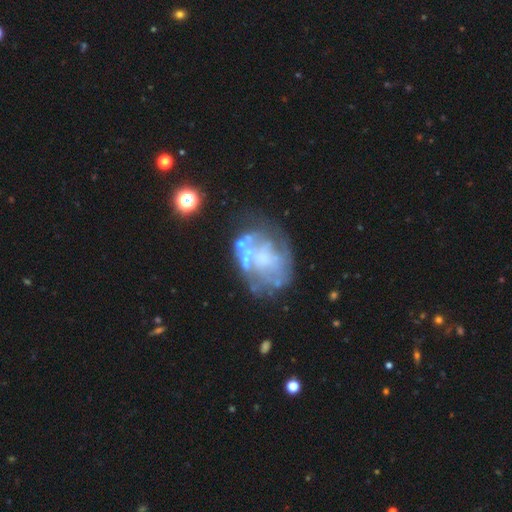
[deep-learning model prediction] Smooth or featured: featured or disk — 71% (smooth — 17%)
Edge-on disk: no — 97% (yes — 3%)
Bar: no — 81% (weak — 14%)
Spiral arms: no — 64% (yes — 36%)
Bulge size: none — 49% (small — 24%)
Merging: none — 50% (minor disturbance — 21%)